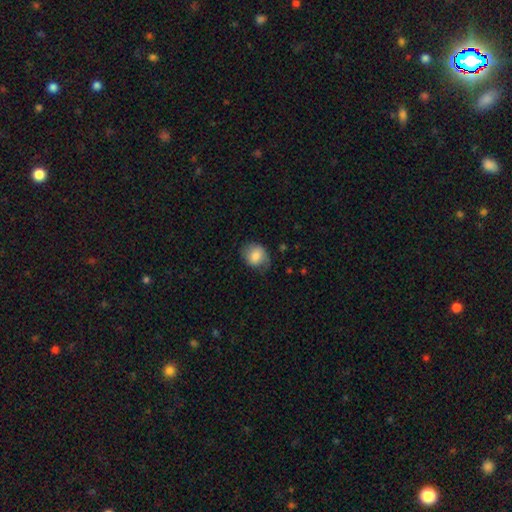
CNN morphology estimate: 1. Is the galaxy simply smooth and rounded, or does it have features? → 77% smooth, 15% featured or disk, 8% star or artifact.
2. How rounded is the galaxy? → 64% round, 35% in between, 1% cigar-shaped.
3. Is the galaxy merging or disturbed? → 60% none, 28% minor disturbance, 11% major disturbance, 1% merger.